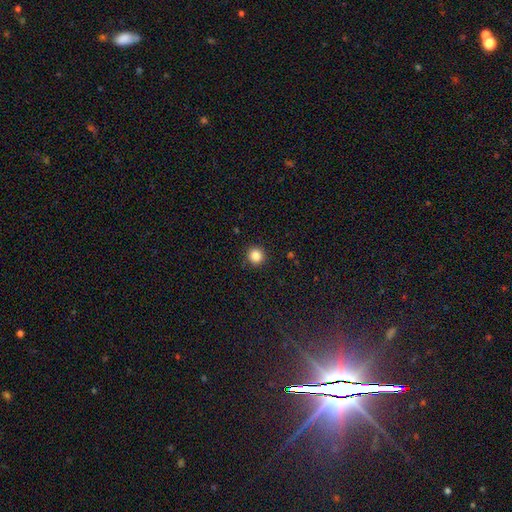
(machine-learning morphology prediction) Smooth or featured?
  - smooth: 85% *
  - star or artifact: 11%
  - featured or disk: 4%
How rounded?
  - round: 94% *
  - in between: 5%
  - cigar-shaped: 1%
Merging?
  - none: 92% *
  - minor disturbance: 5%
  - major disturbance: 2%
  - merger: 1%